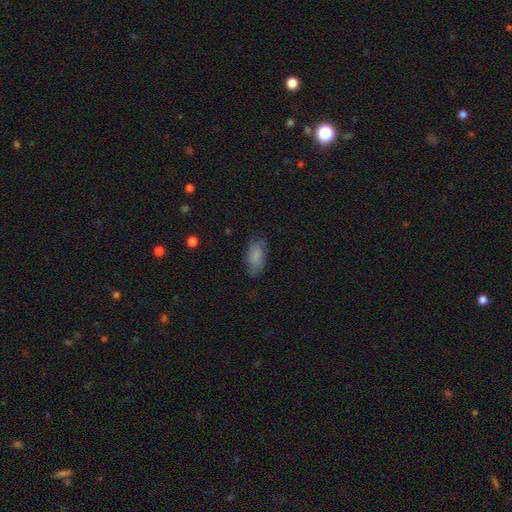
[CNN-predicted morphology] Smooth or featured: smooth — 74% (featured or disk — 18%)
How rounded: in between — 90% (cigar-shaped — 7%)
Merging: none — 67% (minor disturbance — 23%)